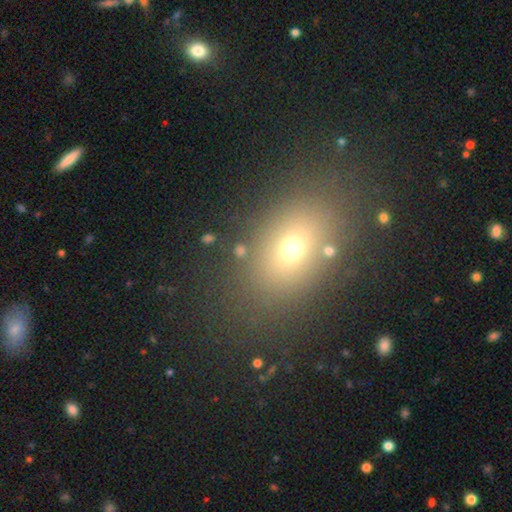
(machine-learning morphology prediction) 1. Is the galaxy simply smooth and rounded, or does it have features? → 64% smooth, 22% star or artifact, 13% featured or disk.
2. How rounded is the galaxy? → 66% in between, 32% round, 2% cigar-shaped.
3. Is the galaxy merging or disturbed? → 82% none, 9% minor disturbance, 5% major disturbance, 3% merger.